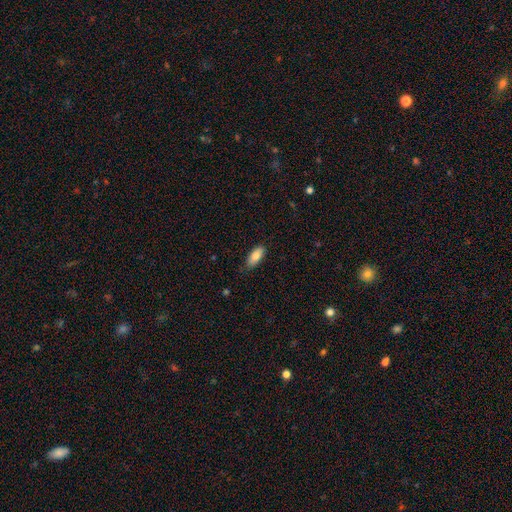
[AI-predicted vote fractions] This is clearly a smooth galaxy (82%). How rounded: clearly in between (84%). Merging: clearly none (81%).